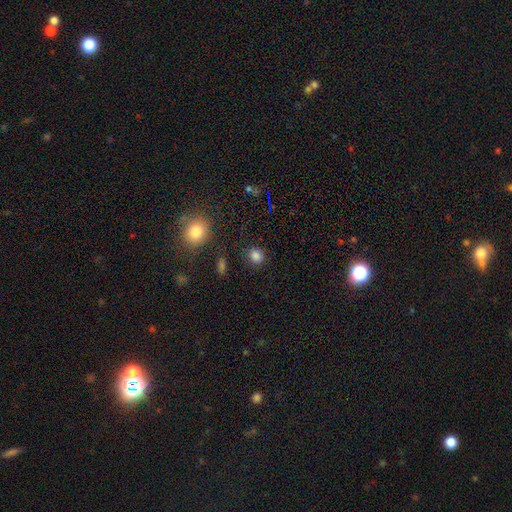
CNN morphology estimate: Smooth or featured? smooth (83%)
How rounded? round (76%)
Merging? none (86%)